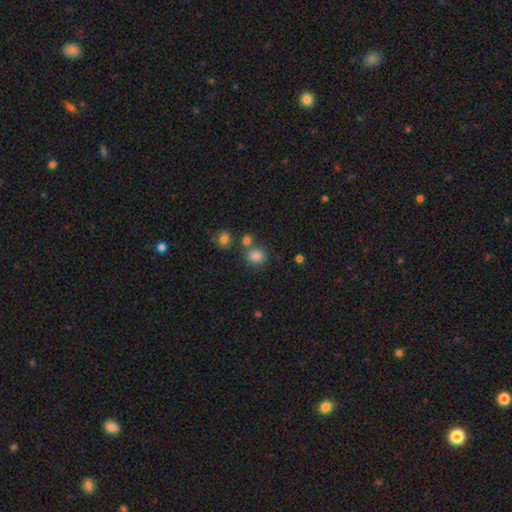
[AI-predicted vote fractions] Smooth or featured? smooth (81%)
How rounded? round (71%)
Merging? none (63%)